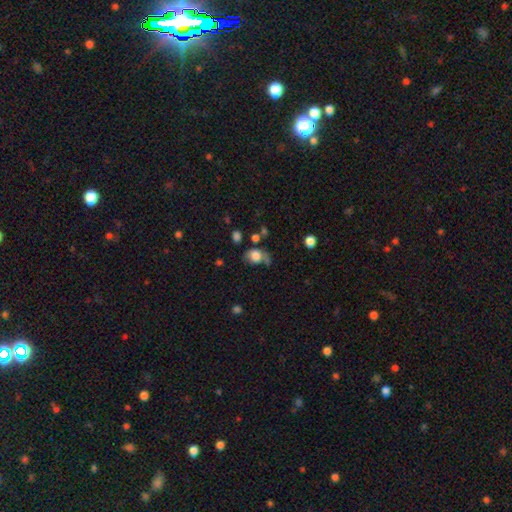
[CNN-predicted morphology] Smooth or featured: smooth — 72% (featured or disk — 18%)
How rounded: in between — 63% (round — 36%)
Merging: none — 36% (minor disturbance — 28%)